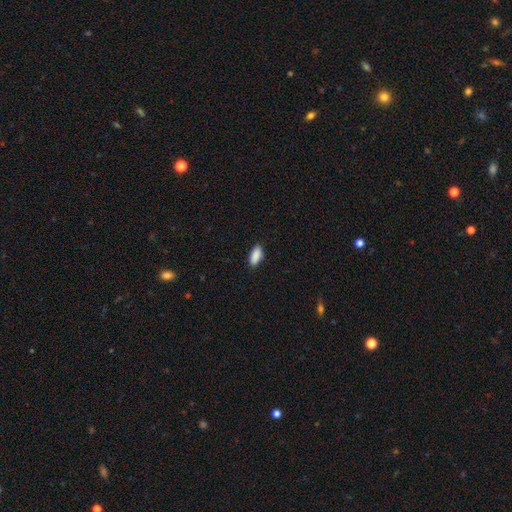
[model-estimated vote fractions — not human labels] This appears to be a smooth galaxy with no disk features (90%) that is in between round and cigar-shaped (86%). Merging: none (87%).